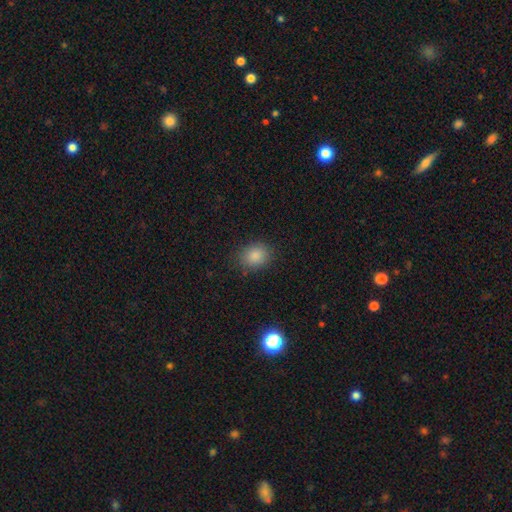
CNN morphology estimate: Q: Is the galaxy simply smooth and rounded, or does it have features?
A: smooth — 85%.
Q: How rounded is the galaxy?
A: round — 59%.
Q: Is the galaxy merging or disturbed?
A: none — 84%.